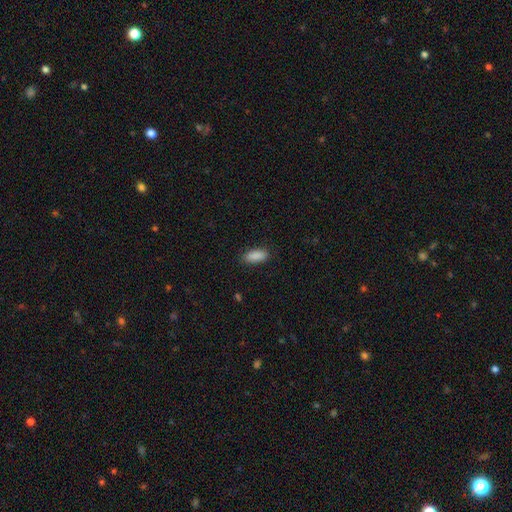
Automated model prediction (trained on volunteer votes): Smooth or featured? Predicted: smooth (p=0.90). How rounded? Predicted: in between (p=0.82). Merging? Predicted: none (p=0.87).